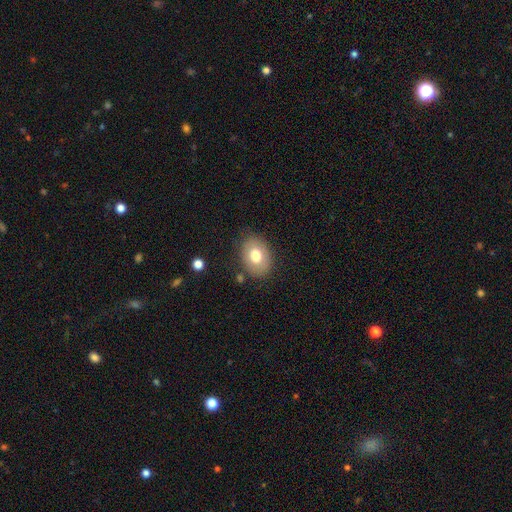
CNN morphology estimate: smooth-or-featured: smooth: 72% | featured or disk: 20% | star or artifact: 8%
  how-rounded: in between: 71% | round: 28% | cigar-shaped: 1%
  merging: none: 80% | minor disturbance: 13% | major disturbance: 4% | merger: 3%